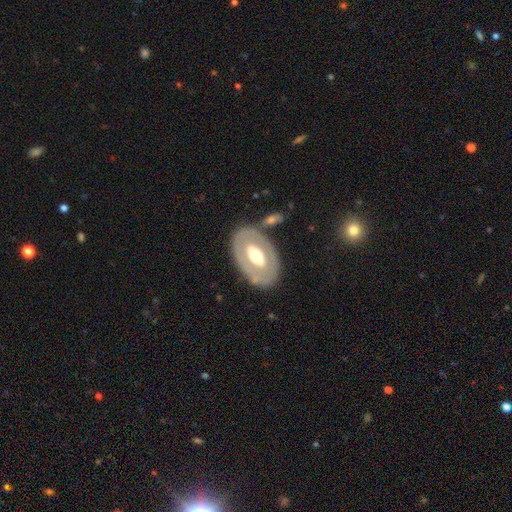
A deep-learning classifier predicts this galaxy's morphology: Smooth or featured? featured or disk (65%)
Edge-on disk? no (90%)
Bar? no (59%)
Spiral arms? no (80%)
Bulge size? moderate (69%)
Merging? none (77%)